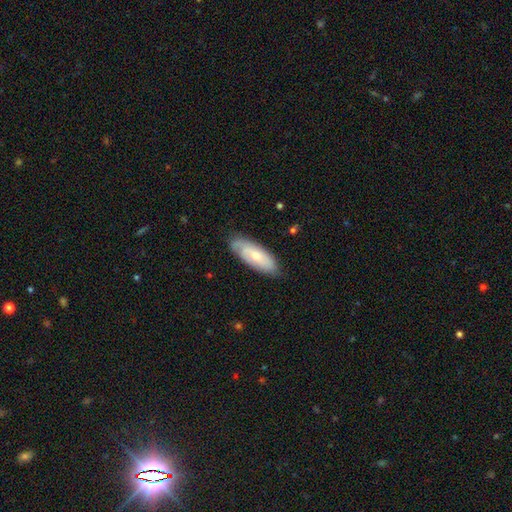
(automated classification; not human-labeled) A smooth galaxy with no disk features (49%). Merging: none (75%).